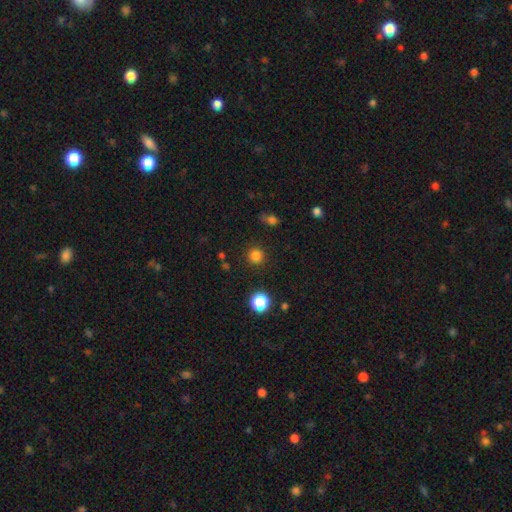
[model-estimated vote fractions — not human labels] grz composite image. It shows a smooth galaxy with no disk features (81%) that is round (94%). Merging: none (89%).